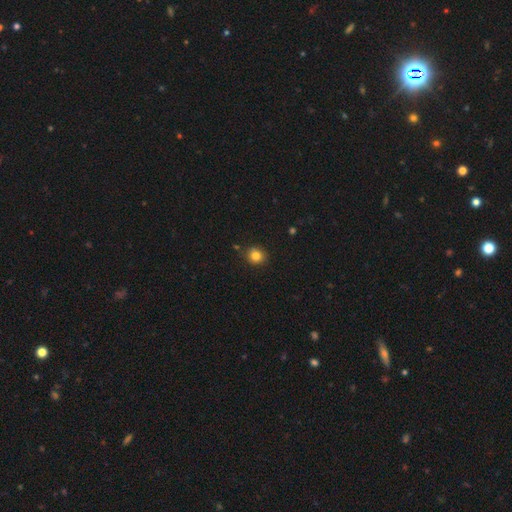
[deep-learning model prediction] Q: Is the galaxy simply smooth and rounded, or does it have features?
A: smooth — 82%.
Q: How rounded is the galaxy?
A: round — 83%.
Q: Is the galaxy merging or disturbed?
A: none — 84%.